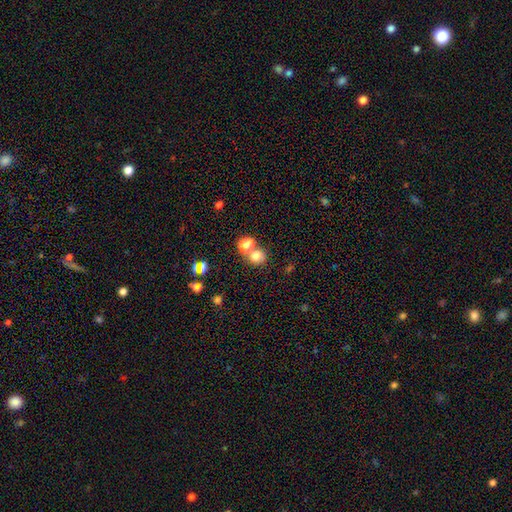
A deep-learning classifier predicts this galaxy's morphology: A smooth galaxy with no disk features (75%) that is round (78%). Merging: none (51%).